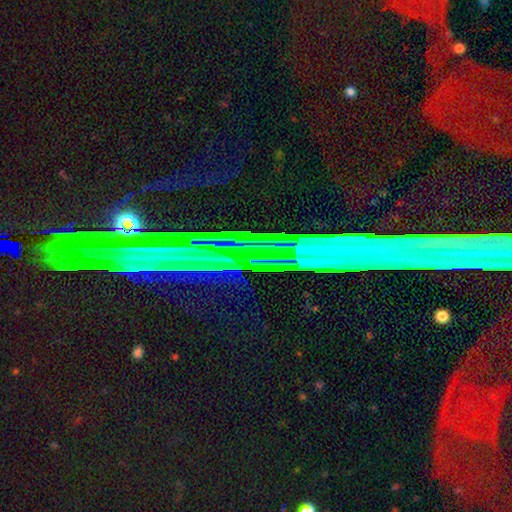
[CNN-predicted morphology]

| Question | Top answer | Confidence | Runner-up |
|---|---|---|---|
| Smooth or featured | star or artifact | 68% | featured or disk (17%) |